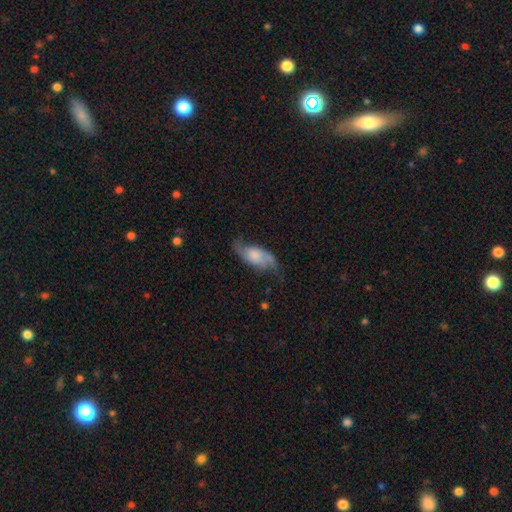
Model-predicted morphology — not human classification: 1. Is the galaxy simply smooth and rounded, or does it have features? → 67% featured or disk, 26% smooth, 7% star or artifact.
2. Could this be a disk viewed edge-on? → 91% no, 9% yes.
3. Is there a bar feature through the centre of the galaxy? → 65% no, 28% weak, 6% strong.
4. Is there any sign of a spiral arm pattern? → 91% yes, 9% no.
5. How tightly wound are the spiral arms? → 67% loose, 25% medium, 8% tight.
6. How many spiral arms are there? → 89% 2, 5% can't tell, 3% 1, 1% 3, 1% 4, 1% more than 4.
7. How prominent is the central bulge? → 26% moderate, 24% none, 23% small, 21% large, 5% dominant.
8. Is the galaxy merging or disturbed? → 61% none, 23% minor disturbance, 13% major disturbance, 2% merger.